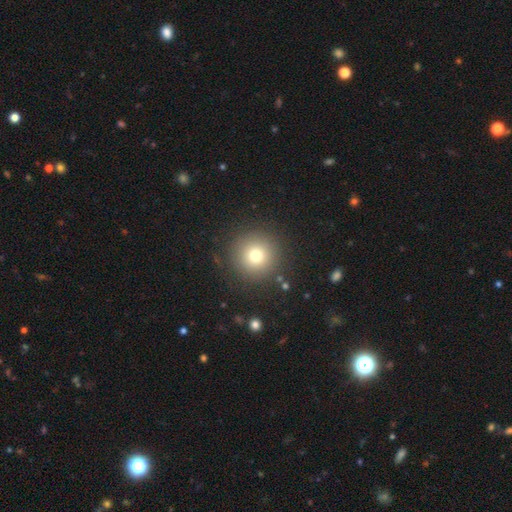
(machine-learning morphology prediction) smooth-or-featured: smooth: 75% | star or artifact: 14% | featured or disk: 11%
  how-rounded: round: 96% | in between: 3% | cigar-shaped: 1%
  merging: none: 88% | minor disturbance: 7% | major disturbance: 3% | merger: 2%